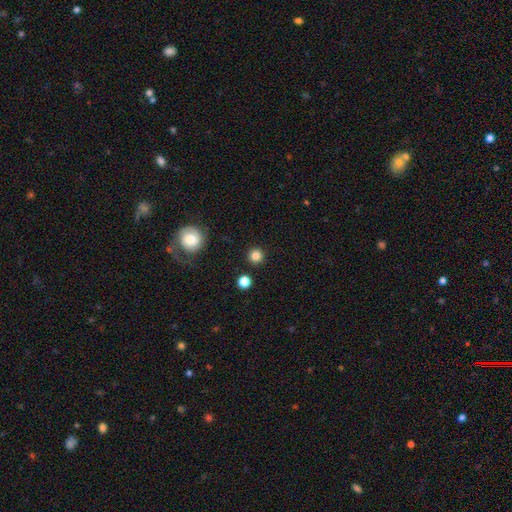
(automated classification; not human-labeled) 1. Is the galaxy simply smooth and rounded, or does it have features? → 84% smooth, 12% star or artifact, 4% featured or disk.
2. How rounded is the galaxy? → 95% round, 4% in between, 1% cigar-shaped.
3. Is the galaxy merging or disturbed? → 91% none, 5% minor disturbance, 2% merger, 2% major disturbance.